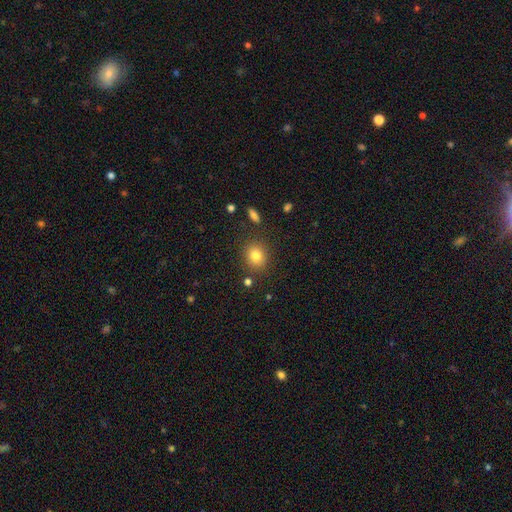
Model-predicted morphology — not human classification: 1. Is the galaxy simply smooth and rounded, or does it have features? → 82% smooth, 11% star or artifact, 7% featured or disk.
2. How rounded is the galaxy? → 69% round, 30% in between, 1% cigar-shaped.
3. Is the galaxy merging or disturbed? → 84% none, 10% minor disturbance, 4% merger, 3% major disturbance.